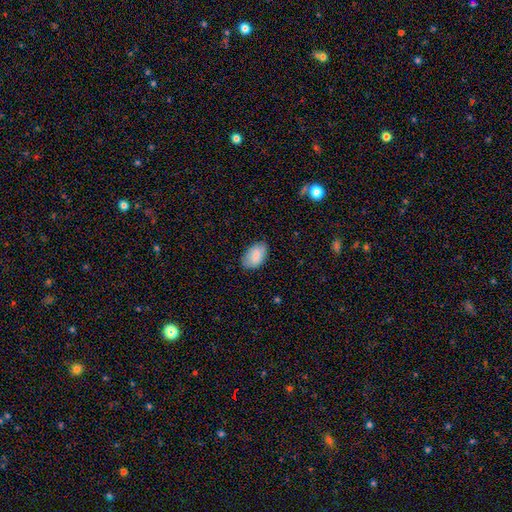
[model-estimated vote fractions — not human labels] Morphology: type=smooth (83%); roundness=in between (93%); merging=none (77%).